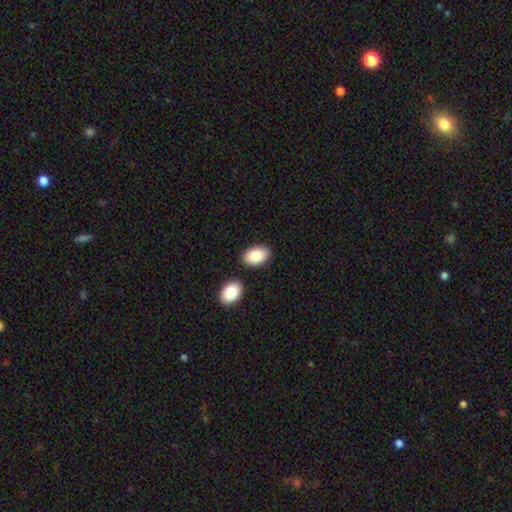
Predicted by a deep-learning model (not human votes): Smooth or featured? smooth (85%)
How rounded? in between (90%)
Merging? none (80%)